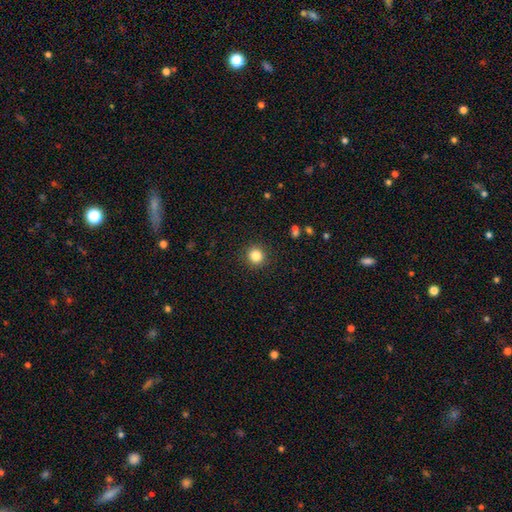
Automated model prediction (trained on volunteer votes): Overall: smooth (84%). How rounded: round (93%). Merging: none (91%).